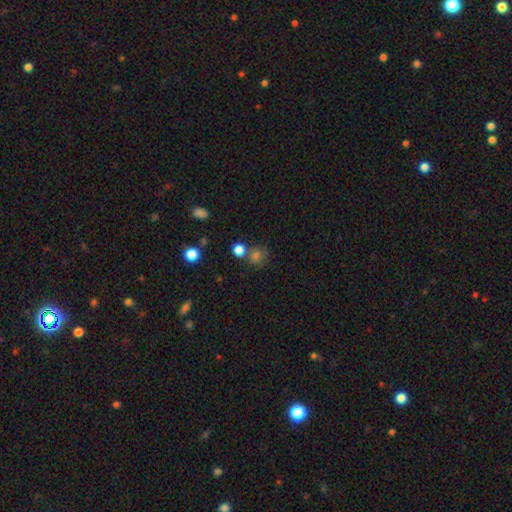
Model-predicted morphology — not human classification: smooth 68%, star or artifact 24%, featured or disk 8%. Down the decision tree: how rounded — round (81%); merging — none (62%).